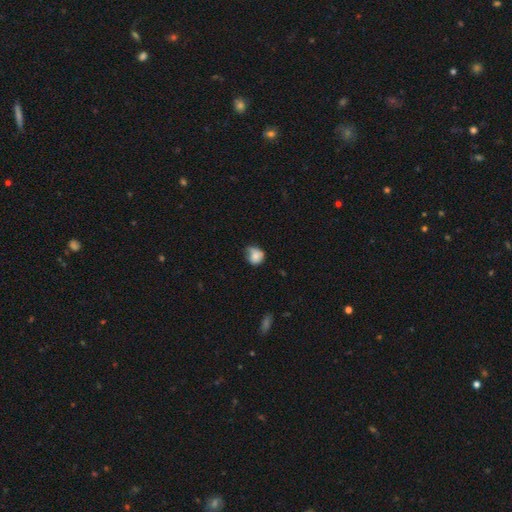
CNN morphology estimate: smooth 75%, featured or disk 16%, star or artifact 8%. Down the decision tree: how rounded — round (70%); merging — minor disturbance (42%).